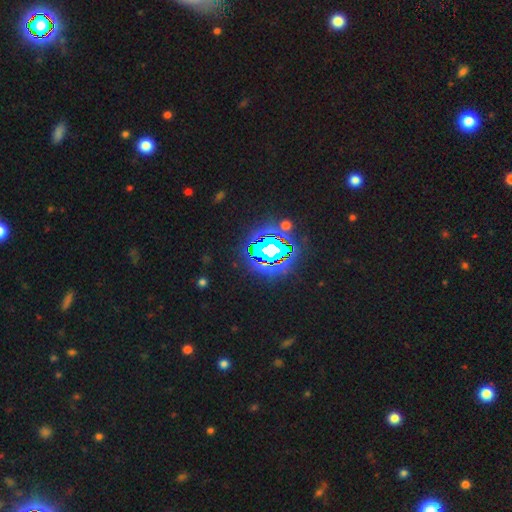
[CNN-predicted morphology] This appears to be a star or artifact, not a galaxy (81%).